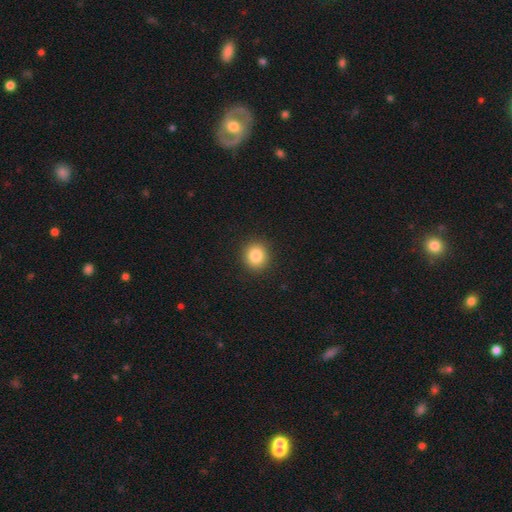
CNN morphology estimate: smooth-or-featured: smooth: 84% | star or artifact: 10% | featured or disk: 6%
  how-rounded: round: 84% | in between: 15% | cigar-shaped: 1%
  merging: none: 92% | minor disturbance: 5% | major disturbance: 2% | merger: 1%